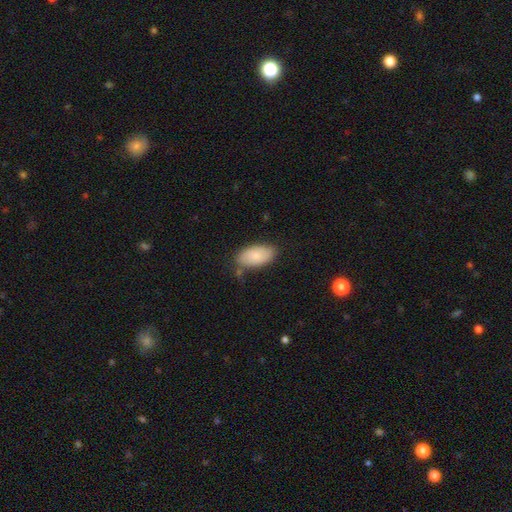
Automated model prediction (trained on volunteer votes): Overall: smooth (84%). How rounded: in between (94%). Merging: none (76%).